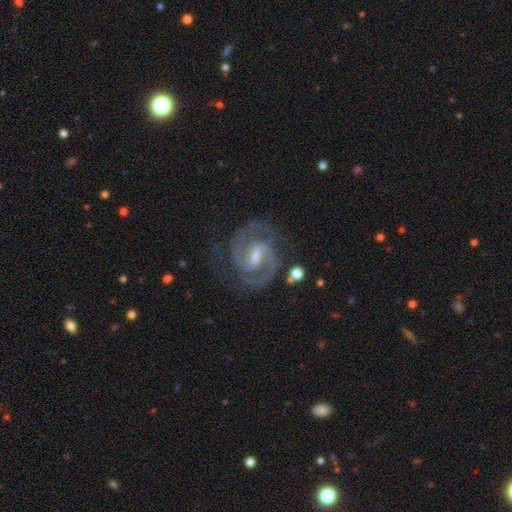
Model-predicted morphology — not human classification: smooth-or-featured: featured or disk: 93% | star or artifact: 4% | smooth: 3%
  disk-edge-on: no: 98% | yes: 2%
    bar: weak: 48% | strong: 44% | no: 8%
    has-spiral-arms: yes: 99% | no: 1%
      spiral-winding: medium: 57% | tight: 37% | loose: 6%
      spiral-arm-count: 2: 93% | 3: 2% | can't tell: 2% | 1: 1% | 4: 1% | more than 4: 1%
    bulge-size: small: 44% | moderate: 39% | none: 12% | large: 4% | dominant: 1%
  merging: none: 80% | minor disturbance: 13% | major disturbance: 5% | merger: 2%